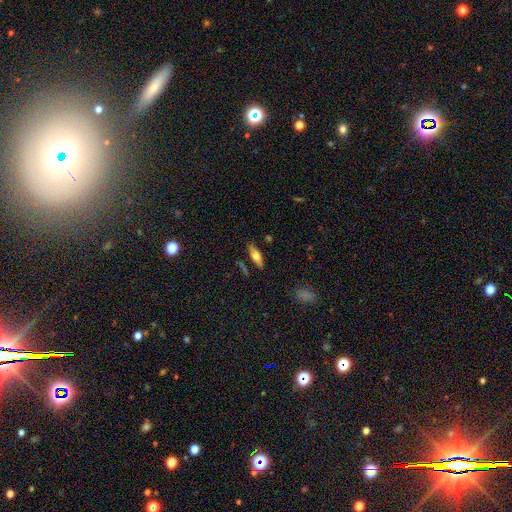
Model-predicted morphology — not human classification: Overall: smooth (56%; featured or disk 37%). How rounded: in between (55%; cigar-shaped 43%). Merging: none (82%).